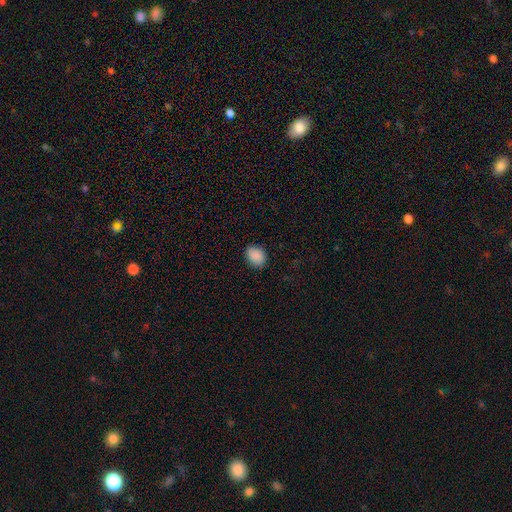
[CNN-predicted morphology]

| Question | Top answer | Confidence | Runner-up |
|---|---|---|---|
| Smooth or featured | smooth | 89% | star or artifact (8%) |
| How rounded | in between | 58% | round (41%) |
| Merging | none | 85% | minor disturbance (12%) |